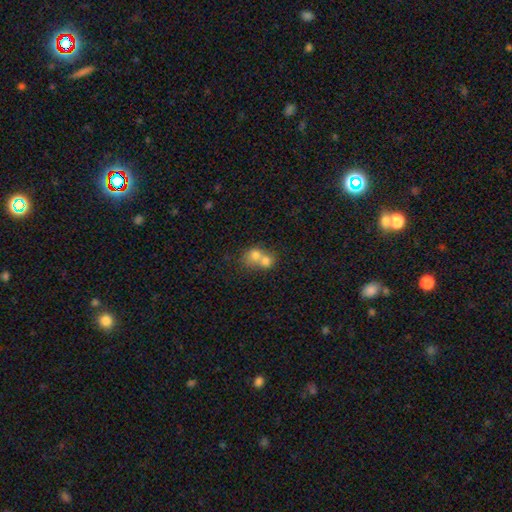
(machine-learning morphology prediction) A smooth galaxy with no disk features (72%) that is round (68%).

Vote fractions:
- Smooth or featured? smooth: 72% / featured or disk: 19% / star or artifact: 9%
- How rounded? round: 68% / in between: 31% / cigar-shaped: 1%
- Merging? merger: 74% / none: 19% / minor disturbance: 5% / major disturbance: 3%